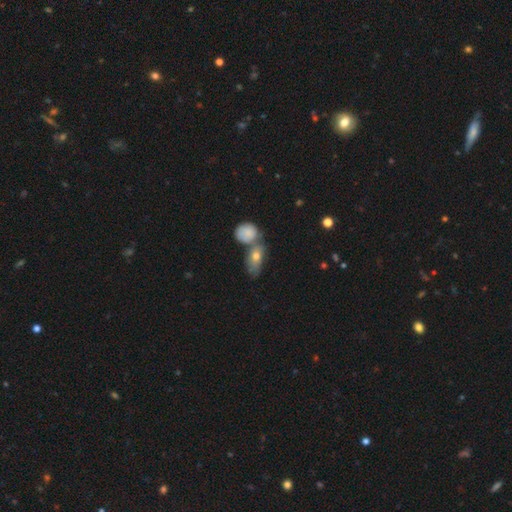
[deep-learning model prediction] Smooth or featured? smooth (58%)
How rounded? in between (68%)
Merging? none (48%)